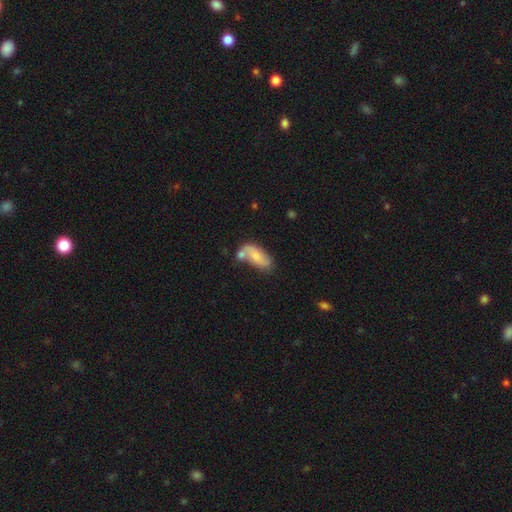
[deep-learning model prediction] Smooth or featured?
  - smooth: 59% *
  - featured or disk: 34%
  - star or artifact: 7%
How rounded?
  - in between: 83% *
  - cigar-shaped: 14%
  - round: 3%
Merging?
  - none: 40% *
  - merger: 31%
  - minor disturbance: 21%
  - major disturbance: 8%